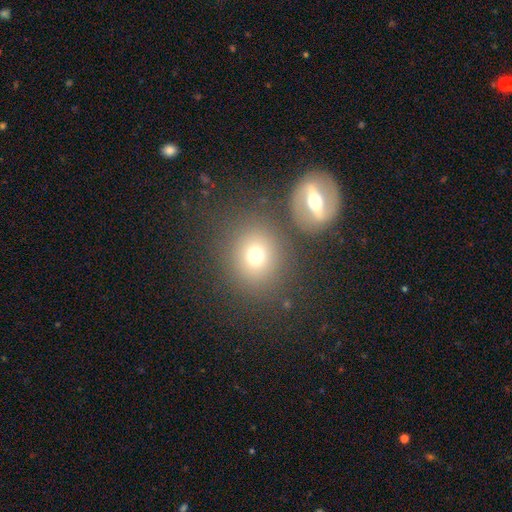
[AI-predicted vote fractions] A smooth galaxy with no disk features (71%) that is round (75%).

Vote fractions:
- Smooth or featured? smooth: 71% / featured or disk: 17% / star or artifact: 12%
- How rounded? round: 75% / in between: 24% / cigar-shaped: 1%
- Merging? none: 69% / merger: 16% / minor disturbance: 11% / major disturbance: 5%